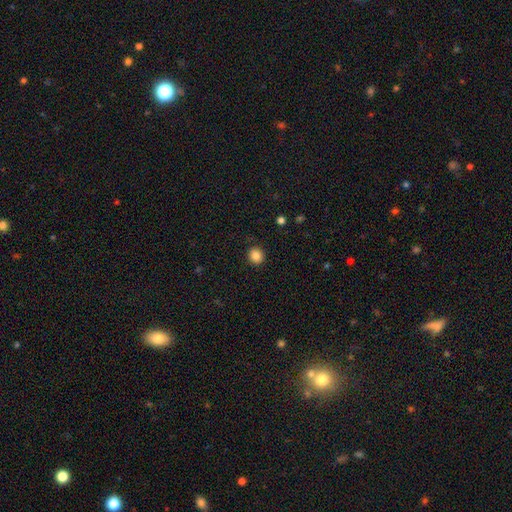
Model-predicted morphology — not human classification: Overall: smooth (86%). How rounded: round (88%). Merging: none (90%).